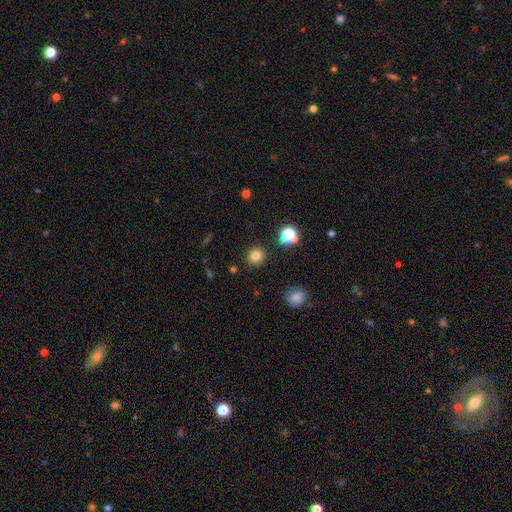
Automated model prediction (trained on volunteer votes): Overall: smooth (80%). How rounded: round (93%). Merging: none (90%).